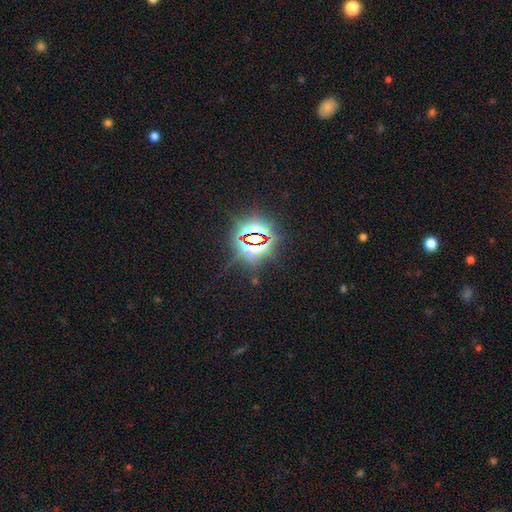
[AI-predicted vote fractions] This is clearly a star or artifact rather than a galaxy (82%).